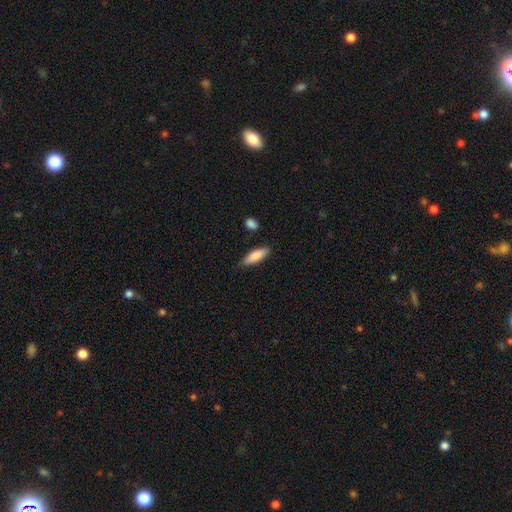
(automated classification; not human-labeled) Smooth or featured?
  - smooth: 85% *
  - featured or disk: 10%
  - star or artifact: 6%
How rounded?
  - in between: 59% *
  - cigar-shaped: 39%
  - round: 2%
Merging?
  - none: 82% *
  - minor disturbance: 13%
  - merger: 3%
  - major disturbance: 3%